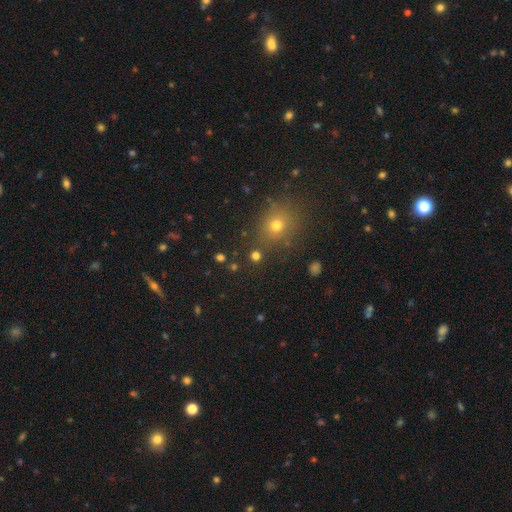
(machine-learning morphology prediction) A smooth galaxy with no disk features (73%) that is round (90%). Merging: none (82%).